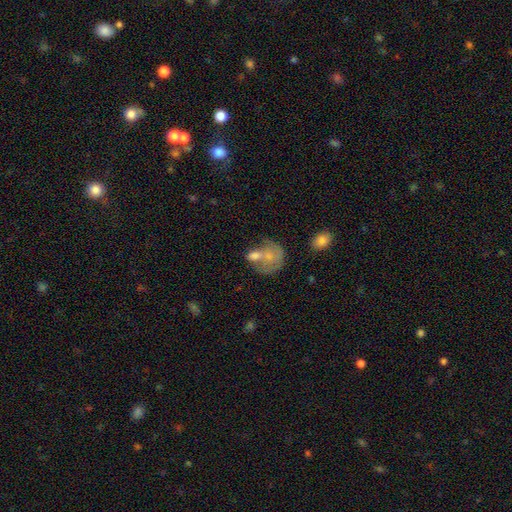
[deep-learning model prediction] This is likely a smooth galaxy (61%). How rounded: possibly in between (57%). Merging: possibly merger (53%).